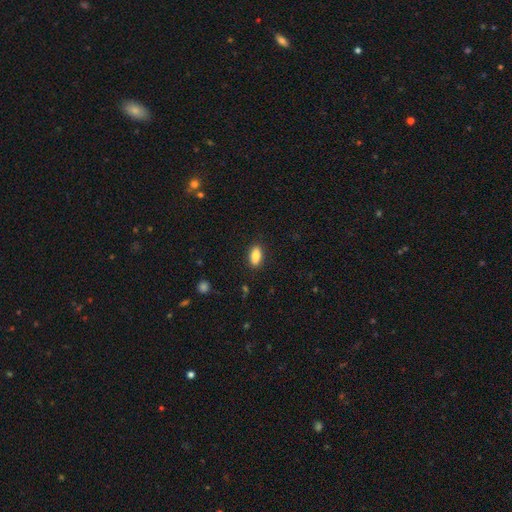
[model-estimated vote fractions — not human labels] Smooth or featured? Predicted: smooth (p=0.84). How rounded? Predicted: in between (p=0.83). Merging? Predicted: none (p=0.88).